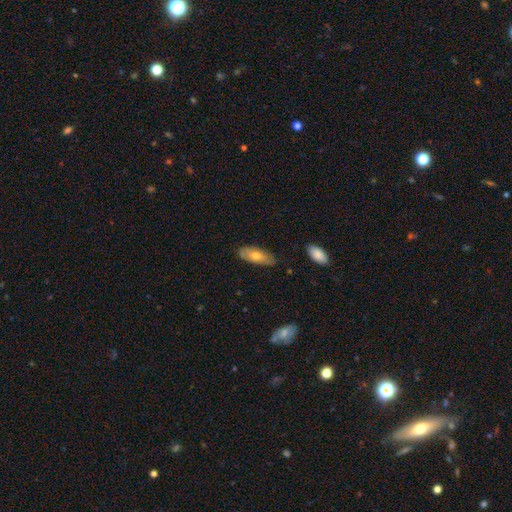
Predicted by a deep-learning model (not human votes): smooth_or_featured: smooth (p=0.63) [alt: featured or disk p=0.31]
how_rounded: in between (p=0.80) [alt: cigar-shaped p=0.18]
merging: none (p=0.75) [alt: minor disturbance p=0.20]